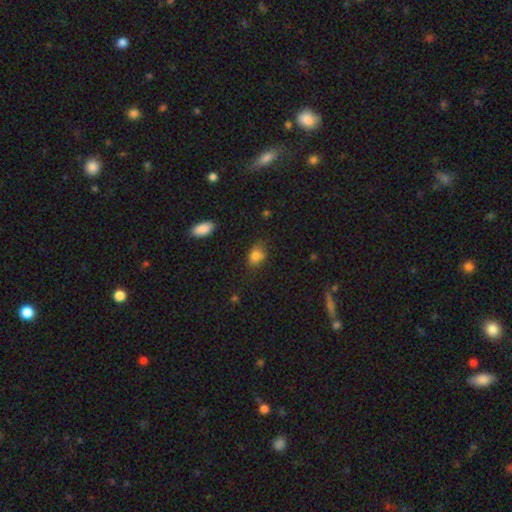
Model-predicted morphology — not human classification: A smooth galaxy with no disk features (81%) that is in between round and cigar-shaped (70%).

Vote fractions:
- Smooth or featured? smooth: 81% / star or artifact: 11% / featured or disk: 8%
- How rounded? in between: 70% / round: 28% / cigar-shaped: 2%
- Merging? none: 65% / minor disturbance: 25% / major disturbance: 7% / merger: 3%